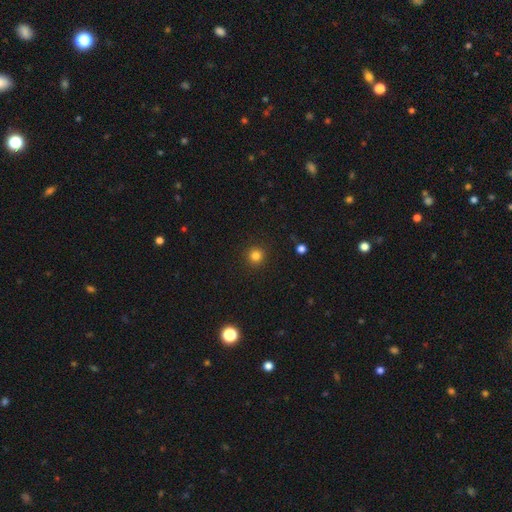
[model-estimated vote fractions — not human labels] This is clearly a smooth galaxy (82%). How rounded: clearly round (94%). Merging: clearly none (91%).